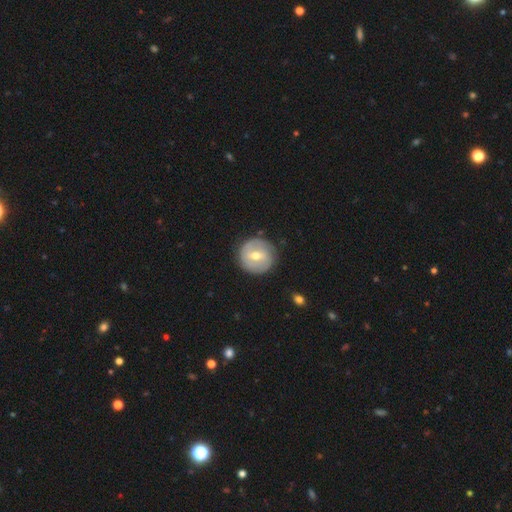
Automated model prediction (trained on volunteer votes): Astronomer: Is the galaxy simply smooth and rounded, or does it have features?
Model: featured or disk — 59% (runner-up: smooth, 35%).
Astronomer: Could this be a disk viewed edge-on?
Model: no — 96%.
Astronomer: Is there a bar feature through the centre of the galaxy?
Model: weak — 55%.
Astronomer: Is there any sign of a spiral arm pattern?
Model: yes — 68%.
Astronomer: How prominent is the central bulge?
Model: moderate — 72%.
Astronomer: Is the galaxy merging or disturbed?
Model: none — 84%.